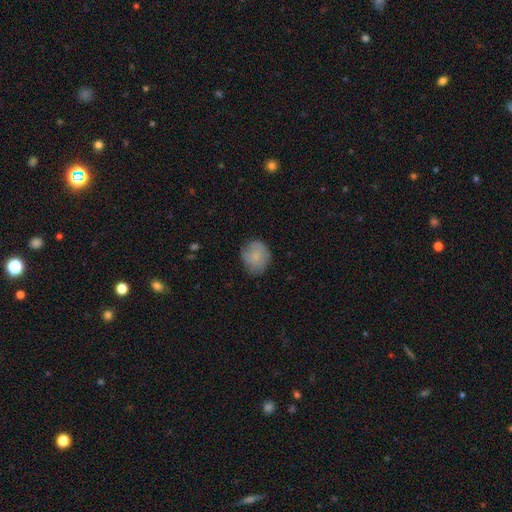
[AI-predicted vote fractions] smooth_or_featured: smooth (p=0.78) [alt: featured or disk p=0.14]
how_rounded: round (p=0.65) [alt: in between p=0.34]
merging: none (p=0.72) [alt: minor disturbance p=0.22]